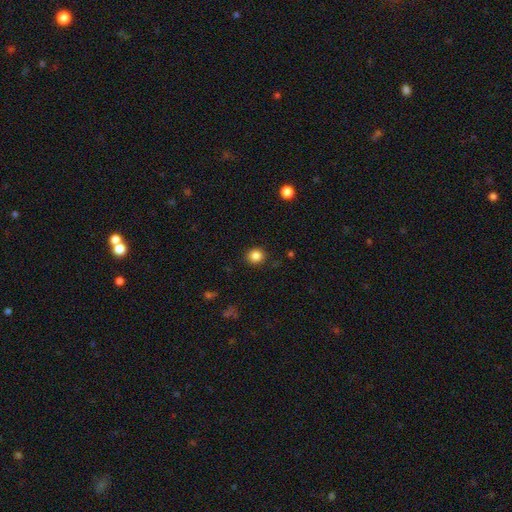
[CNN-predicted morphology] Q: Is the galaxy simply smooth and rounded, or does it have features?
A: smooth — 85%.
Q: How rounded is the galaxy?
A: round — 89%.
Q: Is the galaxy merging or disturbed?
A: none — 90%.